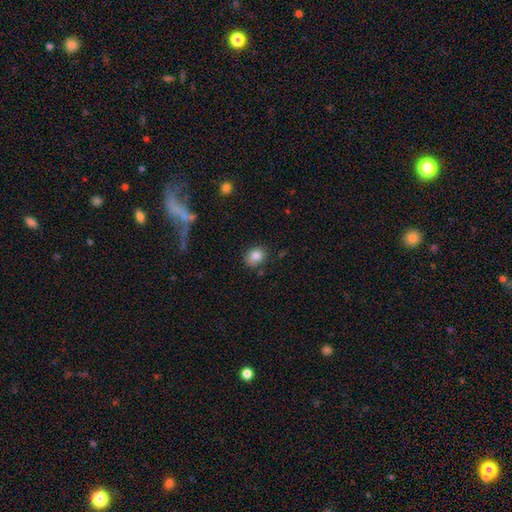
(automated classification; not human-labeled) Overall: smooth (84%). How rounded: round (57%; in between 42%). Merging: none (80%).